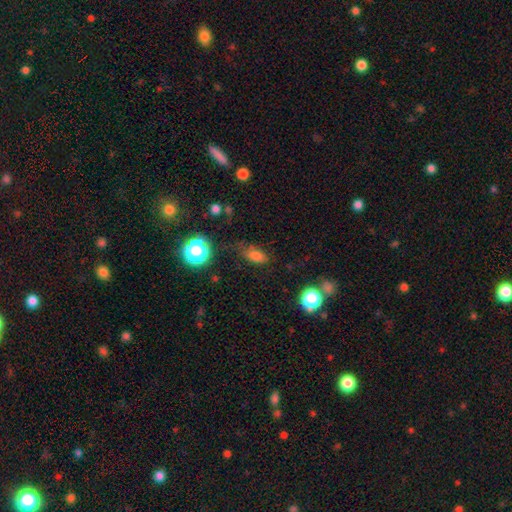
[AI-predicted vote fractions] Smooth or featured? smooth (76%)
How rounded? in between (79%)
Merging? none (62%)